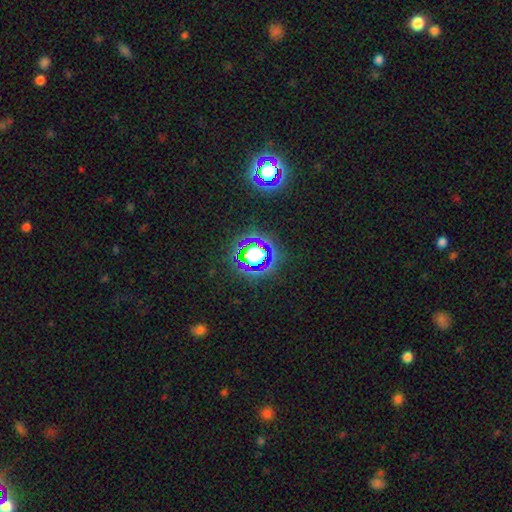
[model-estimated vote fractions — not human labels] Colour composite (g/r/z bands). It shows a star or artifact, not a galaxy (62%).